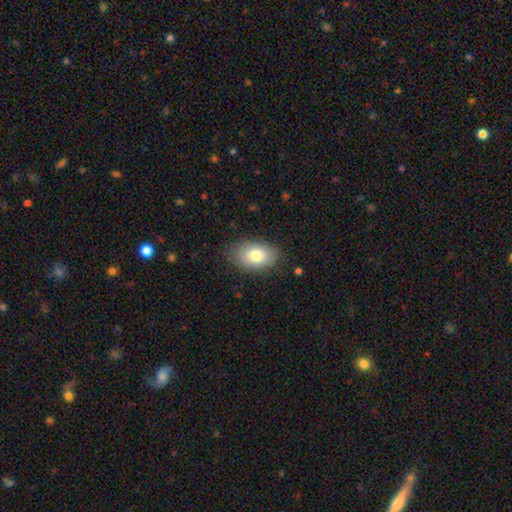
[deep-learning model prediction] Smooth or featured? Predicted: smooth (p=0.79). How rounded? Predicted: in between (p=0.89). Merging? Predicted: none (p=0.82).